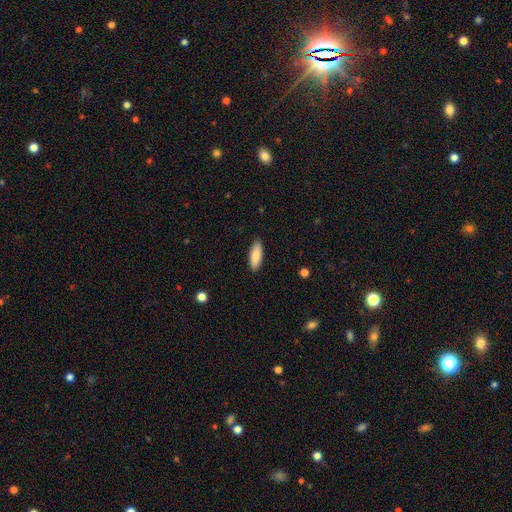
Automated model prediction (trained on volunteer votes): Smooth or featured? smooth (84%)
How rounded? in between (70%)
Merging? none (90%)